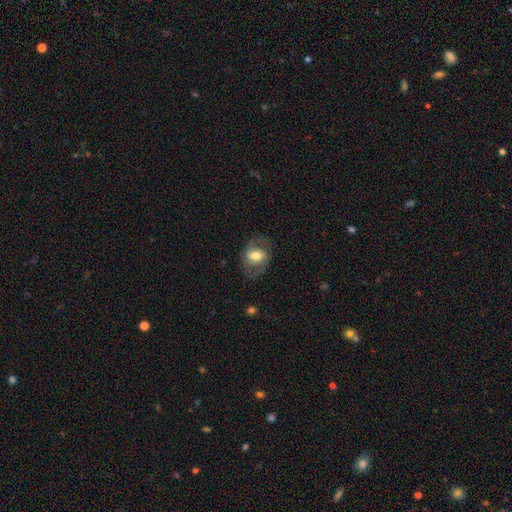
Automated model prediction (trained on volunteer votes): This appears to be a featured or disk galaxy (48%). Merging: none (70%).